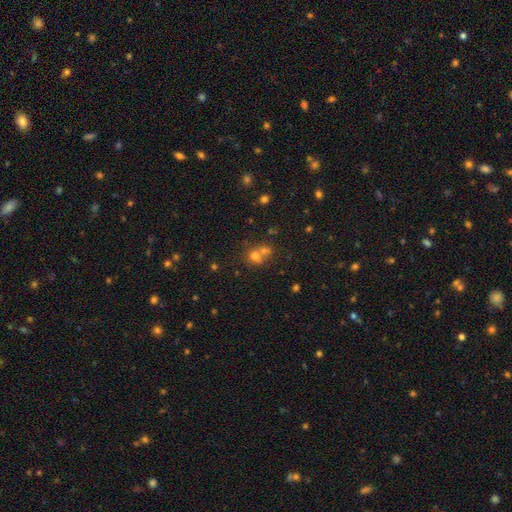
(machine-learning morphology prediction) smooth_or_featured: smooth (p=0.64) [alt: star or artifact p=0.20]
how_rounded: round (p=0.77) [alt: in between p=0.22]
merging: merger (p=0.54) [alt: none p=0.36]